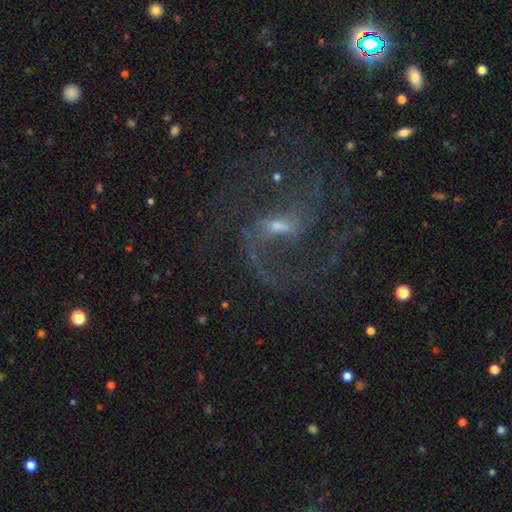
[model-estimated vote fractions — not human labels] Smooth or featured: featured or disk — 88% (star or artifact — 7%)
Edge-on disk: no — 98% (yes — 2%)
Bar: weak — 56% (no — 22%)
Spiral arms: yes — 96% (no — 4%)
Spiral winding: medium — 48% (loose — 41%)
Spiral arm count: 2 — 72% (1 — 8%)
Bulge size: small — 65% (moderate — 26%)
Merging: none — 65% (major disturbance — 18%)